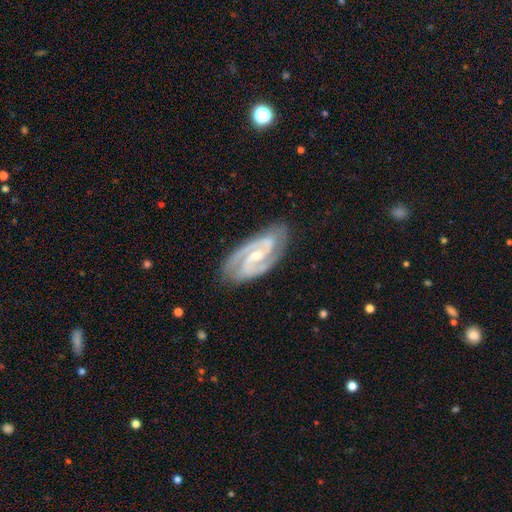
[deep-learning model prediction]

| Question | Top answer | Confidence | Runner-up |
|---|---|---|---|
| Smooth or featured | featured or disk | 91% | smooth (4%) |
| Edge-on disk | no | 96% | yes (4%) |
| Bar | weak | 45% | no (30%) |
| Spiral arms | yes | 98% | no (2%) |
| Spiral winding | medium | 52% | tight (40%) |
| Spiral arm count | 2 | 91% | 3 (4%) |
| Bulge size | small | 57% | moderate (37%) |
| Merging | none | 82% | minor disturbance (13%) |